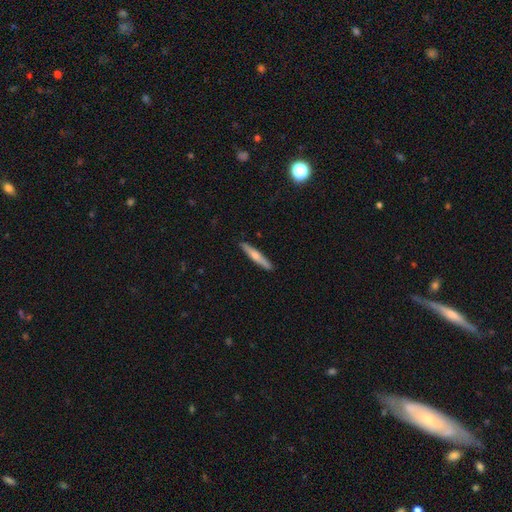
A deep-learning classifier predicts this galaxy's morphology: A smooth galaxy with no disk features (54%) that is cigar-shaped (92%).

Vote fractions:
- Smooth or featured? smooth: 54% / featured or disk: 41% / star or artifact: 5%
- How rounded? cigar-shaped: 92% / in between: 6% / round: 1%
- Merging? none: 91% / minor disturbance: 7% / major disturbance: 1% / merger: 1%